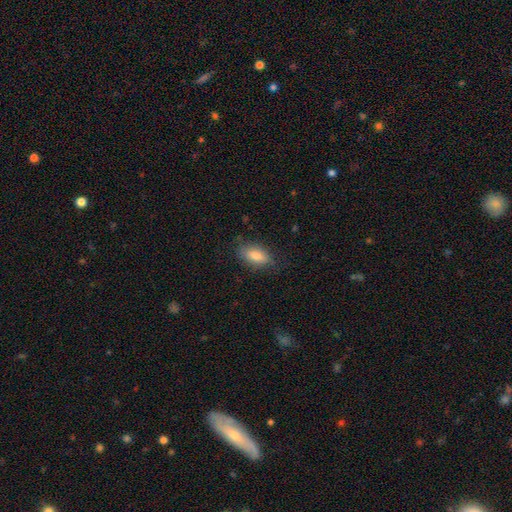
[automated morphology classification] Smooth or featured: smooth — 78% (featured or disk — 14%)
How rounded: in between — 85% (cigar-shaped — 10%)
Merging: none — 77% (minor disturbance — 17%)